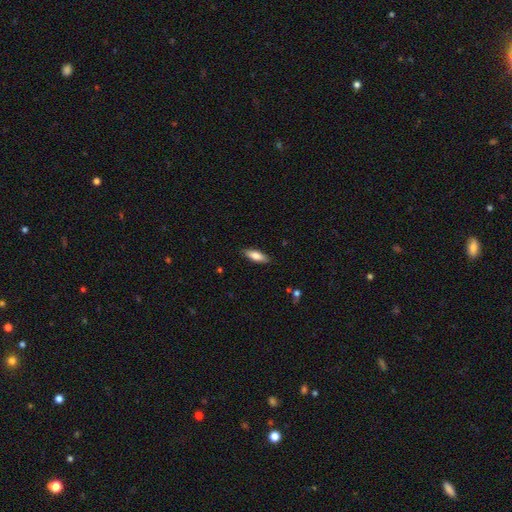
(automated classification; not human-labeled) Overall: smooth (77%). How rounded: in between (58%; cigar-shaped 40%). Merging: none (88%).